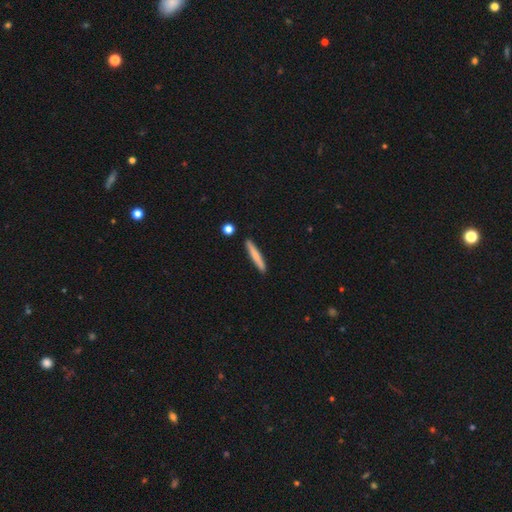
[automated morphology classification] A smooth galaxy with no disk features (74%) that is cigar-shaped (95%). Merging: none (90%).